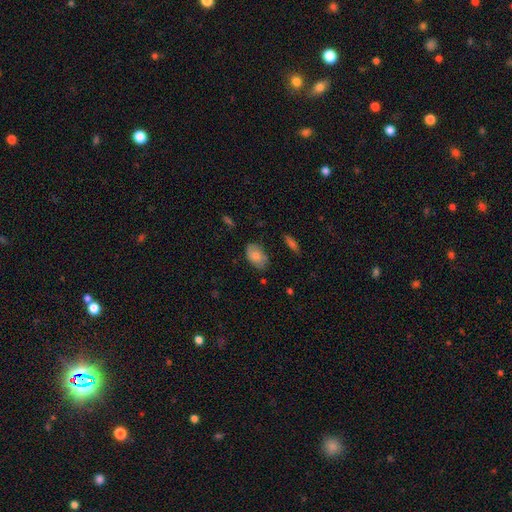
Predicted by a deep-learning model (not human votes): Smooth or featured: smooth — 76% (featured or disk — 17%)
How rounded: in between — 90% (round — 9%)
Merging: none — 71% (minor disturbance — 23%)